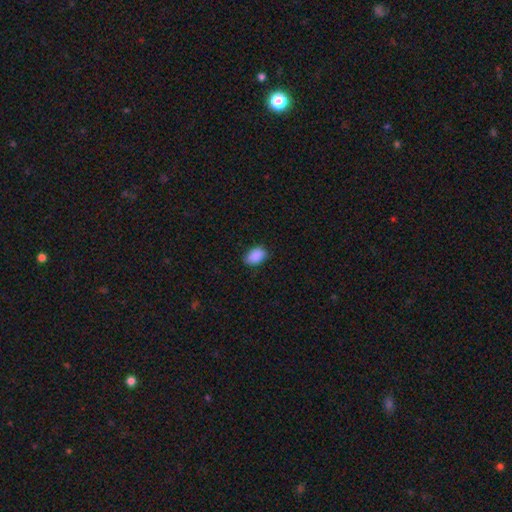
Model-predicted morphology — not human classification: smooth-or-featured: smooth: 90% | star or artifact: 7% | featured or disk: 3%
  how-rounded: in between: 89% | round: 10% | cigar-shaped: 1%
  merging: none: 81% | minor disturbance: 15% | major disturbance: 3% | merger: 1%